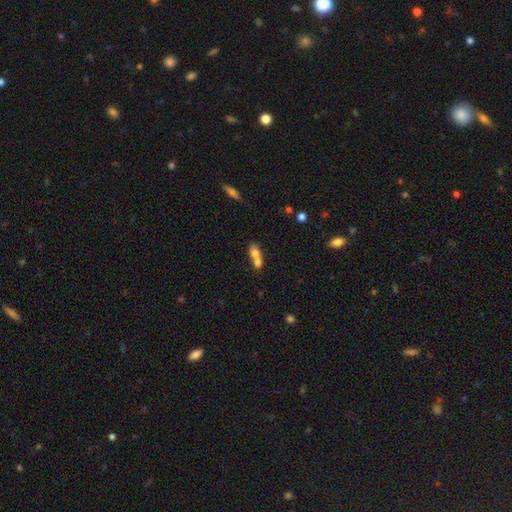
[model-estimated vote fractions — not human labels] A smooth galaxy with no disk features (70%) that is in between round and cigar-shaped (62%). Merging: merger (73%).